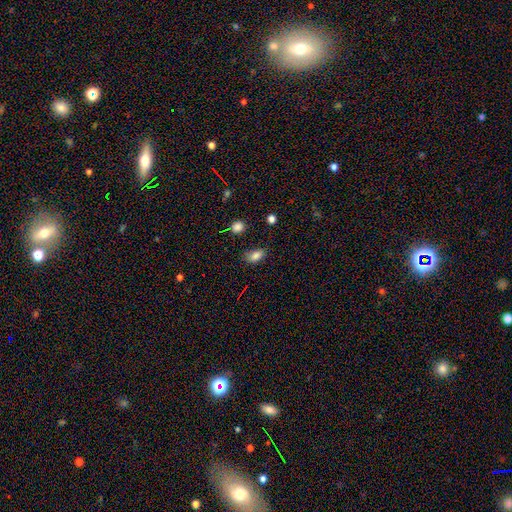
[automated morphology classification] Smooth or featured?
  - smooth: 82% *
  - star or artifact: 12%
  - featured or disk: 6%
How rounded?
  - in between: 86% *
  - round: 11%
  - cigar-shaped: 3%
Merging?
  - none: 70% *
  - minor disturbance: 22%
  - major disturbance: 5%
  - merger: 3%